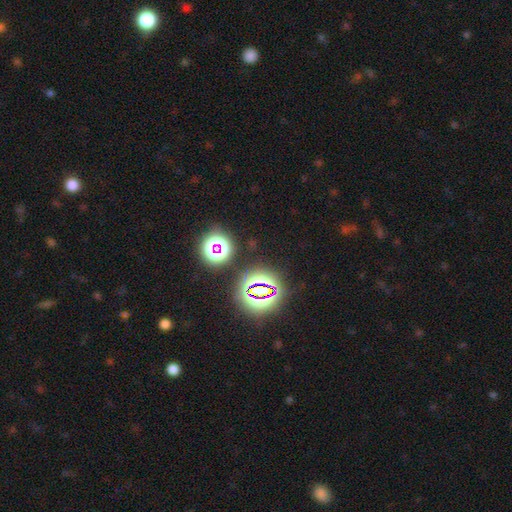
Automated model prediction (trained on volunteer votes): Smooth or featured? Predicted: star or artifact (p=0.79).